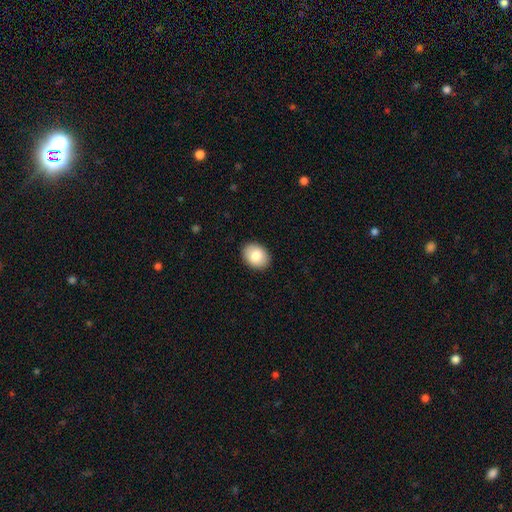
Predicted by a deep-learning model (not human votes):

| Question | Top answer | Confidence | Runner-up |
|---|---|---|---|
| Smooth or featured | smooth | 84% | featured or disk (9%) |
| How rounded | in between | 67% | round (32%) |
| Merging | none | 90% | minor disturbance (7%) |